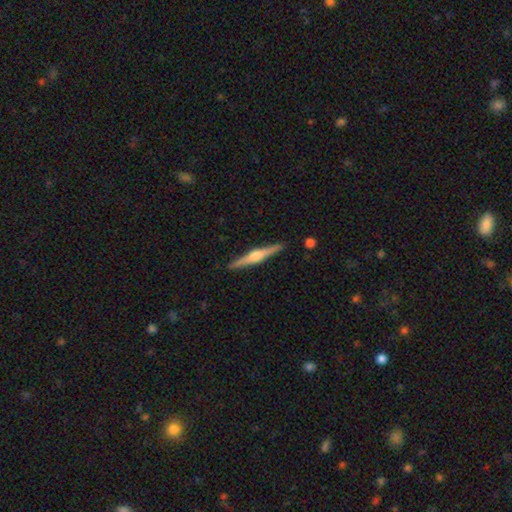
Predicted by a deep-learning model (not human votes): Smooth or featured? Predicted: featured or disk (p=0.77). Edge-on disk? Predicted: yes (p=0.98). Edge-on bulge? Predicted: rounded (p=0.91). Merging? Predicted: none (p=0.92).